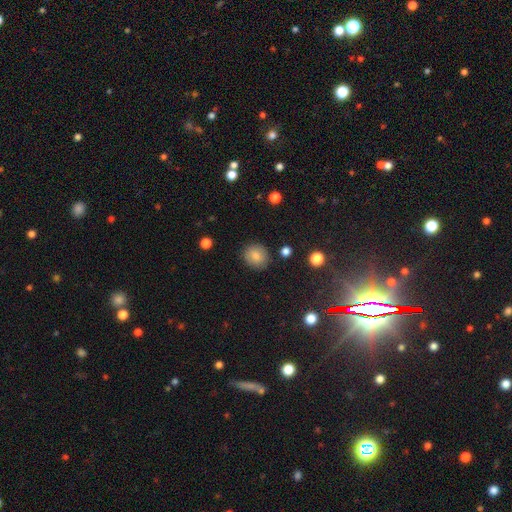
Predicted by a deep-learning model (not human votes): This appears to be a smooth galaxy with no disk features (82%) that is round (82%). Merging: none (88%).